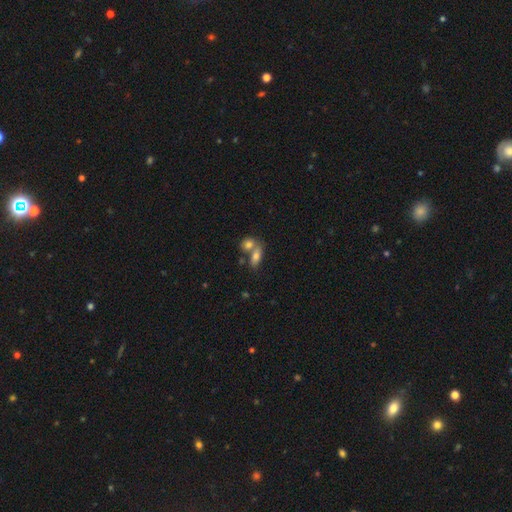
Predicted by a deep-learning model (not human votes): Overall: smooth (75%). How rounded: in between (79%). Merging: merger (49%; none 39%).